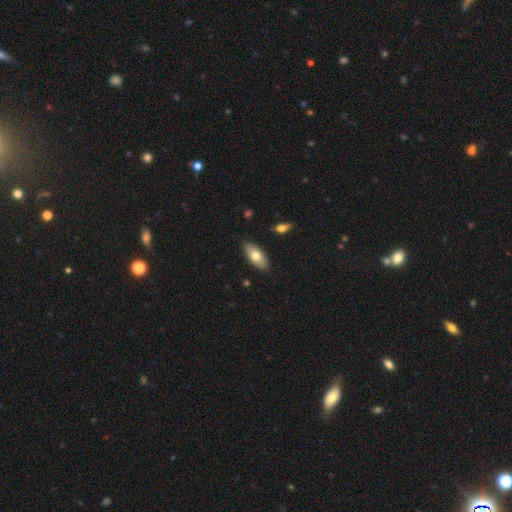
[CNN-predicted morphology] A smooth galaxy with no disk features (70%) that is in between round and cigar-shaped (89%).

Vote fractions:
- Smooth or featured? smooth: 70% / featured or disk: 24% / star or artifact: 6%
- How rounded? in between: 89% / cigar-shaped: 8% / round: 3%
- Merging? none: 87% / minor disturbance: 9% / major disturbance: 2% / merger: 2%